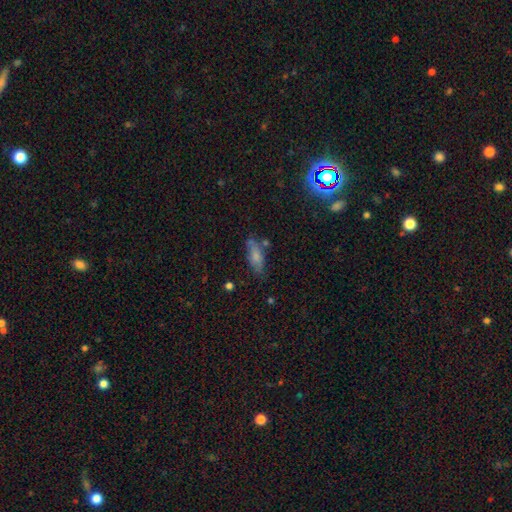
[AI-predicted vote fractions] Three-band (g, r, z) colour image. It shows a smooth galaxy with no disk features (69%) that is in between round and cigar-shaped (67%). Merging: none (60%).